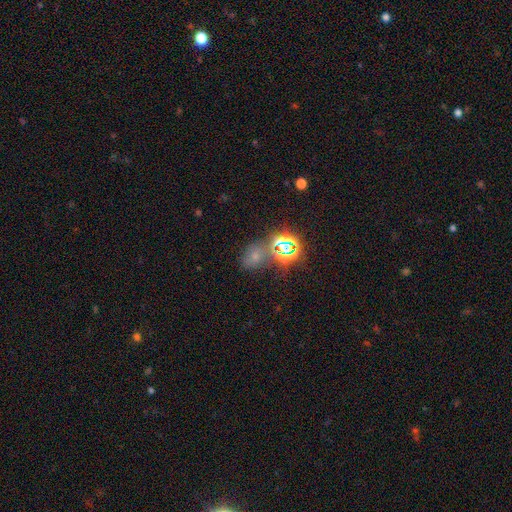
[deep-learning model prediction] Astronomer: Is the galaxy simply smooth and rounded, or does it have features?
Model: smooth — 44% (runner-up: star or artifact, 43%).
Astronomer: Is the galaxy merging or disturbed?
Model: none — 62%.